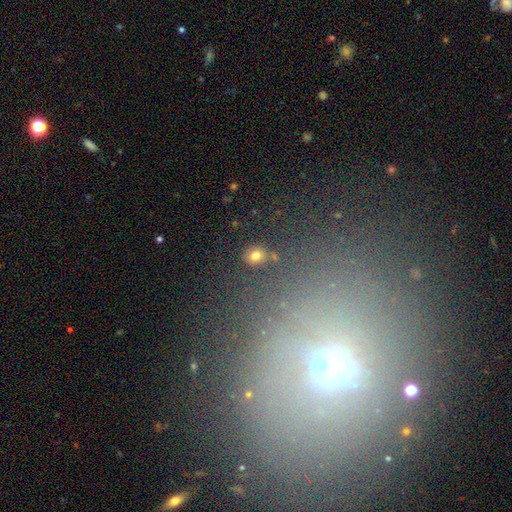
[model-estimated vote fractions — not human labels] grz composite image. It shows a smooth galaxy with no disk features (76%) that is round (68%). Merging: none (80%).